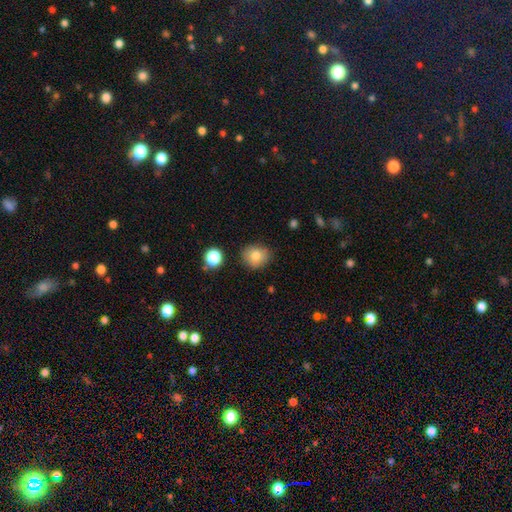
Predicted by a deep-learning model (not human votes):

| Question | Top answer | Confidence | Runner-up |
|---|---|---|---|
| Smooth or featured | smooth | 82% | star or artifact (10%) |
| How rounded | round | 73% | in between (26%) |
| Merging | none | 82% | minor disturbance (13%) |